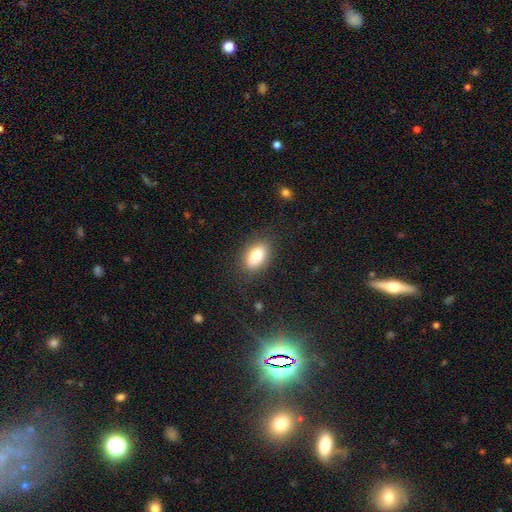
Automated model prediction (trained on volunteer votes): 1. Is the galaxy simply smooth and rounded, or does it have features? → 82% smooth, 10% featured or disk, 8% star or artifact.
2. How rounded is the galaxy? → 90% in between, 7% round, 3% cigar-shaped.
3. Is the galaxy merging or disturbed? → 84% none, 11% minor disturbance, 4% major disturbance, 1% merger.